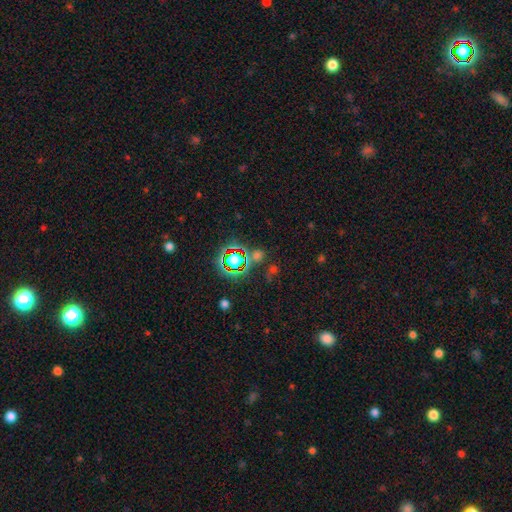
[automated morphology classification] smooth-or-featured: star or artifact: 71% | smooth: 20% | featured or disk: 9%